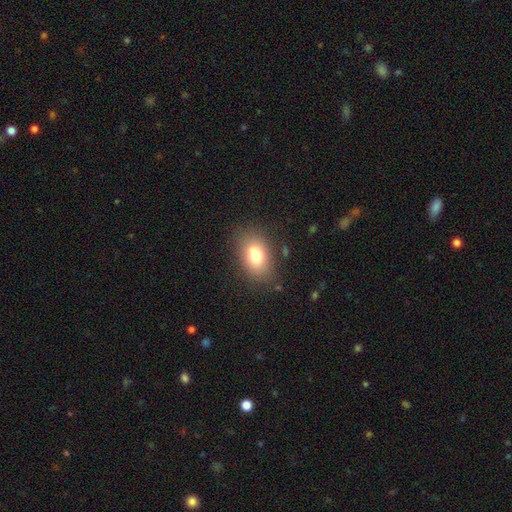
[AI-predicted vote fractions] The model was most divided on "smooth or featured": smooth: 78%, featured or disk: 12%, star or artifact: 10%. More confident: how rounded — in between (83%); merging — none (80%).